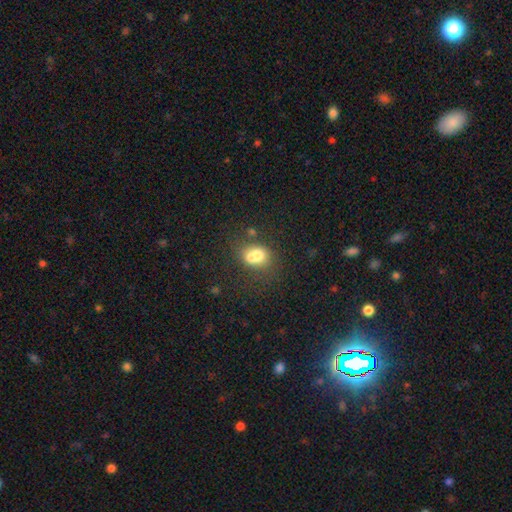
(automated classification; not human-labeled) Smooth or featured?
  - smooth: 69% *
  - featured or disk: 19%
  - star or artifact: 12%
How rounded?
  - in between: 51% *
  - round: 47%
  - cigar-shaped: 1%
Merging?
  - merger: 47% *
  - none: 32%
  - minor disturbance: 13%
  - major disturbance: 7%